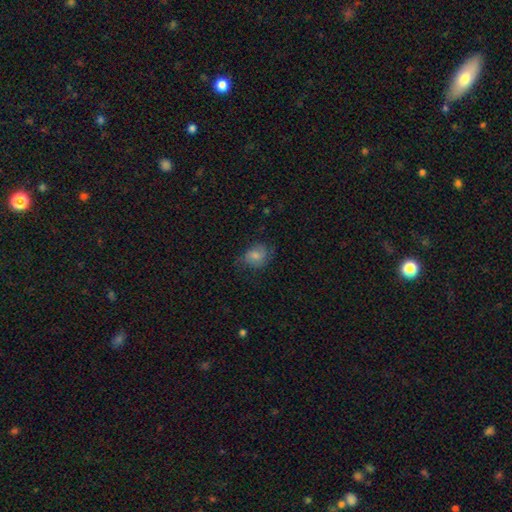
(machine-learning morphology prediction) Overall: smooth (71%). How rounded: round (50%; in between 49%). Merging: none (59%; minor disturbance 29%).